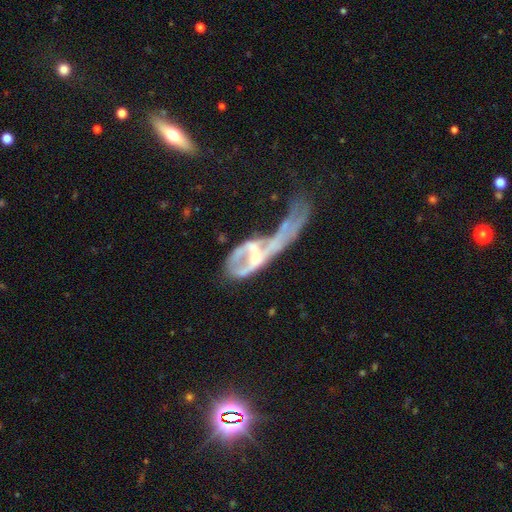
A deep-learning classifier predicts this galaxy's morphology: This appears to be a featured or disk galaxy (67%) with no bar (71%), no spiral arms (71%) and a small central bulge (46%). Merging: major disturbance (47%).